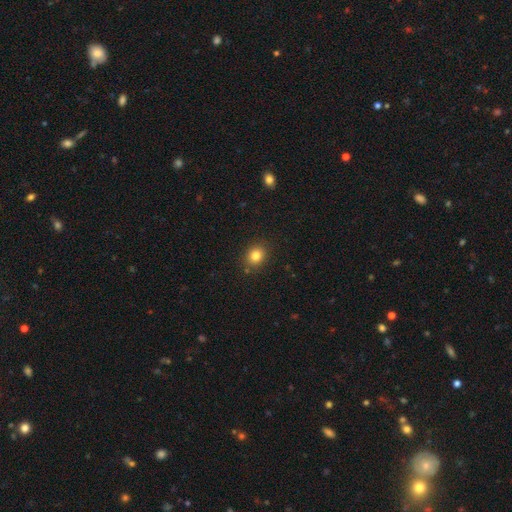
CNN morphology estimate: smooth 82%, star or artifact 11%, featured or disk 6%. Down the decision tree: how rounded — round (67%); merging — none (85%).